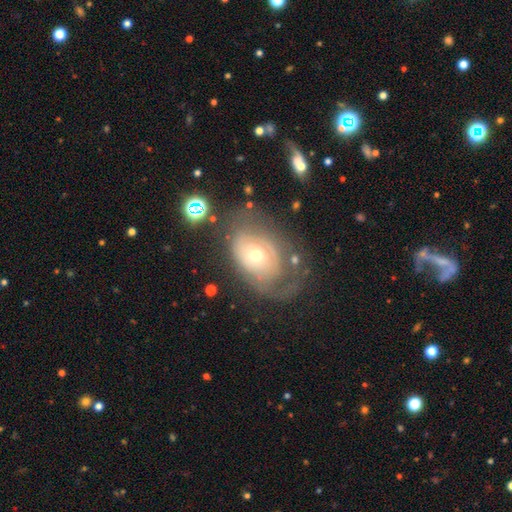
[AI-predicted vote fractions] A featured or disk galaxy (63%) with no bar (82%), spiral arms (60%) and a moderate central bulge (53%).

Vote fractions:
- Smooth or featured? featured or disk: 63% / smooth: 28% / star or artifact: 9%
- Edge-on disk? no: 94% / yes: 6%
- Bar? no: 82% / weak: 14% / strong: 3%
- Spiral arms? yes: 60% / no: 40%
- Bulge size? moderate: 53% / small: 41% / large: 4% / dominant: 1% / none: 1%
- Merging? none: 44% / major disturbance: 28% / minor disturbance: 23% / merger: 4%